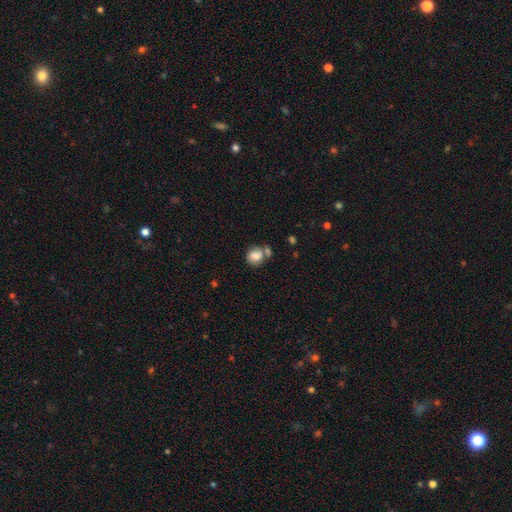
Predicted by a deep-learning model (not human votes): A smooth galaxy with no disk features (79%) that is round (73%).

Vote fractions:
- Smooth or featured? smooth: 79% / featured or disk: 12% / star or artifact: 9%
- How rounded? round: 73% / in between: 26% / cigar-shaped: 1%
- Merging? none: 45% / merger: 34% / minor disturbance: 16% / major disturbance: 6%